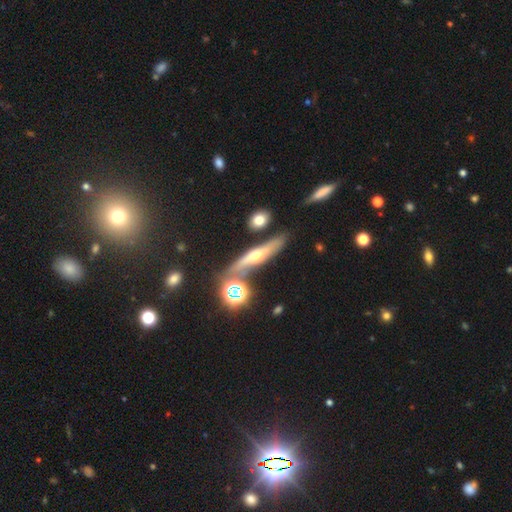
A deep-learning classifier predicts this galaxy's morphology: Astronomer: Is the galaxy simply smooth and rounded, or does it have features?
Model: featured or disk — 58%.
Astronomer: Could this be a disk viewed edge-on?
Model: yes — 85%.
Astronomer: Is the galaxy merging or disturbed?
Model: none — 72%.